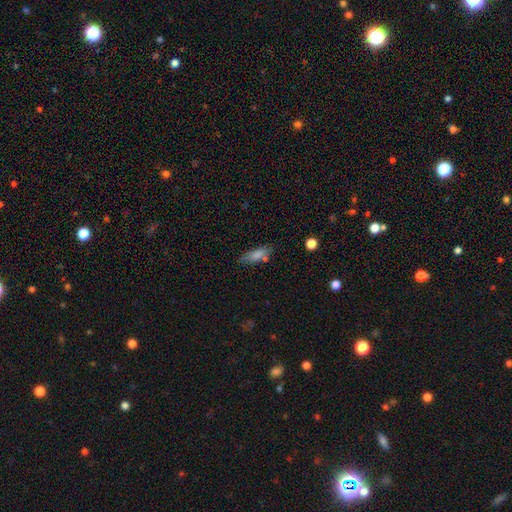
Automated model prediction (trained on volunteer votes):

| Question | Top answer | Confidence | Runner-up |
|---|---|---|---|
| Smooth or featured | smooth | 71% | featured or disk (18%) |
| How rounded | in between | 51% | cigar-shaped (46%) |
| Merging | none | 70% | minor disturbance (18%) |